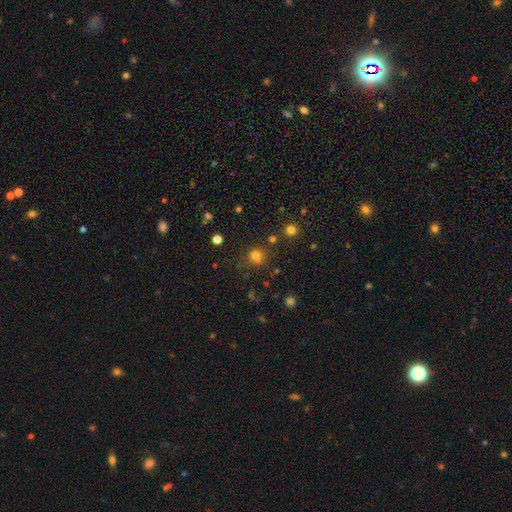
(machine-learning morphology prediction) Smooth or featured? Predicted: smooth (p=0.71). How rounded? Predicted: round (p=0.85). Merging? Predicted: none (p=0.65).